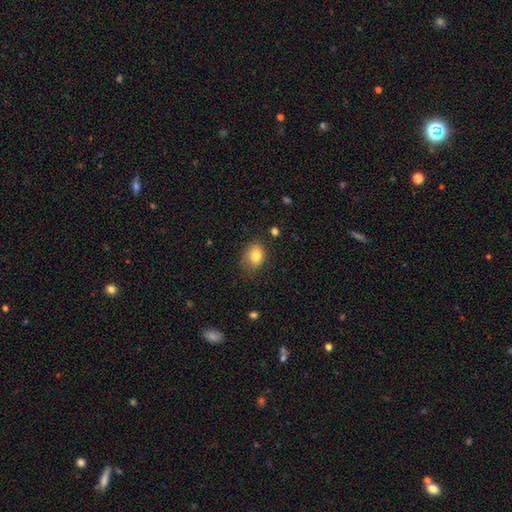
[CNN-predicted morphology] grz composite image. It shows a smooth galaxy with no disk features (81%) that is in between round and cigar-shaped (62%). Merging: none (66%).